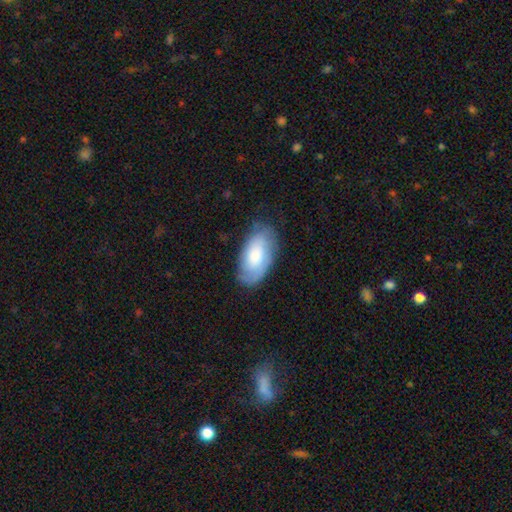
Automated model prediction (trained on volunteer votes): This appears to be a smooth galaxy with no disk features (55%) that is in between round and cigar-shaped (94%). Merging: none (73%).